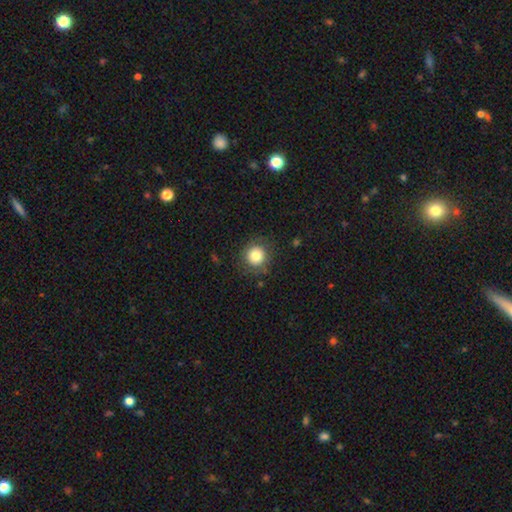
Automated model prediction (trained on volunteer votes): Smooth or featured?
  - smooth: 81% *
  - star or artifact: 11%
  - featured or disk: 8%
How rounded?
  - round: 93% *
  - in between: 6%
  - cigar-shaped: 1%
Merging?
  - none: 86% *
  - minor disturbance: 10%
  - major disturbance: 4%
  - merger: 1%